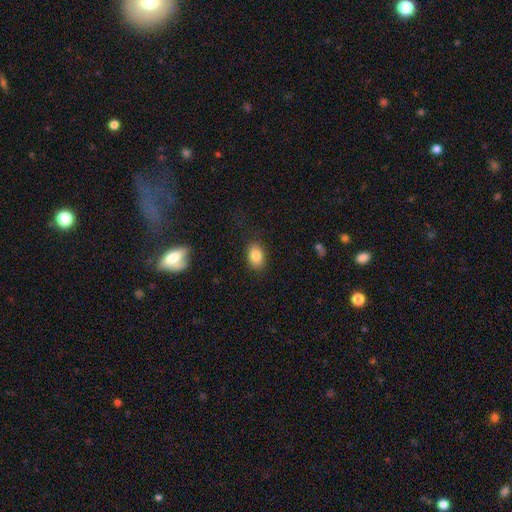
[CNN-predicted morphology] smooth_or_featured: smooth (p=0.85) [alt: star or artifact p=0.09]
how_rounded: in between (p=0.79) [alt: round p=0.20]
merging: none (p=0.84) [alt: minor disturbance p=0.11]